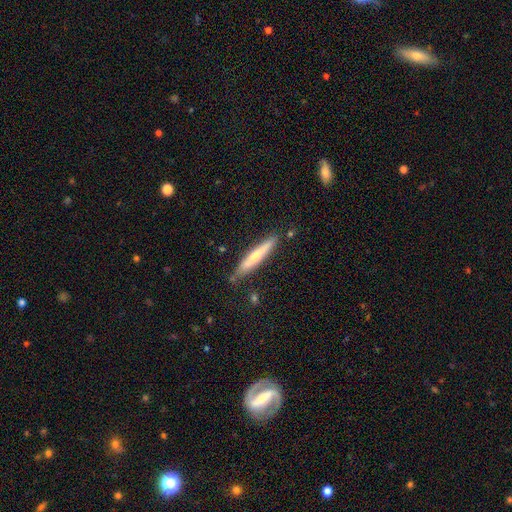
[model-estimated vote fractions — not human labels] A smooth galaxy with no disk features (48%).

Vote fractions:
- Smooth or featured? smooth: 48% / featured or disk: 46% / star or artifact: 6%
- Merging? none: 83% / minor disturbance: 12% / merger: 3% / major disturbance: 2%